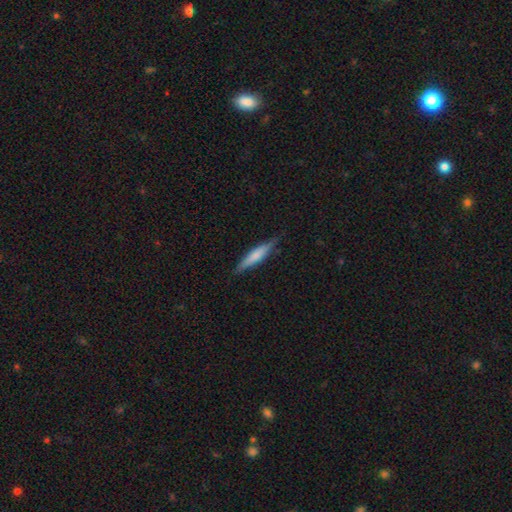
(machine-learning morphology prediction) smooth_or_featured: smooth (p=0.57) [alt: featured or disk p=0.37]
how_rounded: cigar-shaped (p=0.87) [alt: in between p=0.12]
merging: none (p=0.85) [alt: minor disturbance p=0.12]